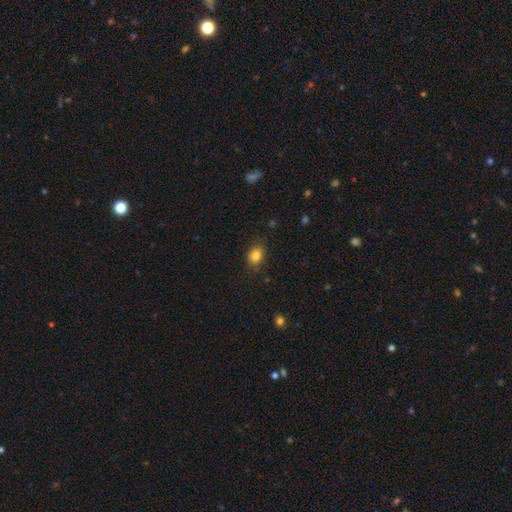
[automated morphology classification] Q: Smooth or featured?
A: smooth (83%); runner-up: star or artifact (10%)
Q: How rounded?
A: in between (61%); runner-up: round (37%)
Q: Merging?
A: none (80%); runner-up: minor disturbance (15%)